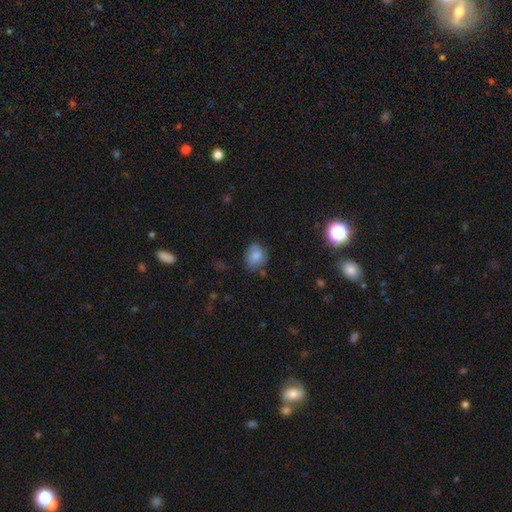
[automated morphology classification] Smooth or featured? smooth (78%)
How rounded? round (56%)
Merging? none (64%)